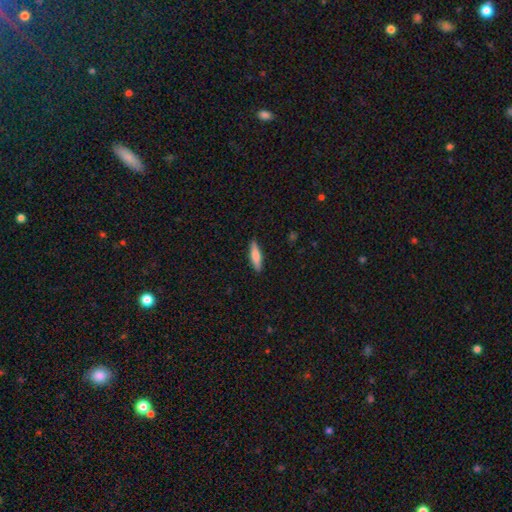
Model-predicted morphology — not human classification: smooth_or_featured: smooth (p=0.71) [alt: featured or disk p=0.24]
how_rounded: cigar-shaped (p=0.72) [alt: in between p=0.26]
merging: none (p=0.88) [alt: minor disturbance p=0.09]